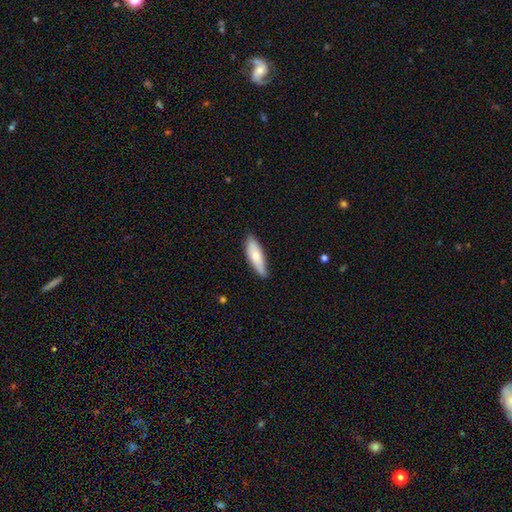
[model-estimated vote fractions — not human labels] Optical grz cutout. It shows a smooth galaxy with no disk features (77%) that is in between round and cigar-shaped (51%). Merging: none (78%).